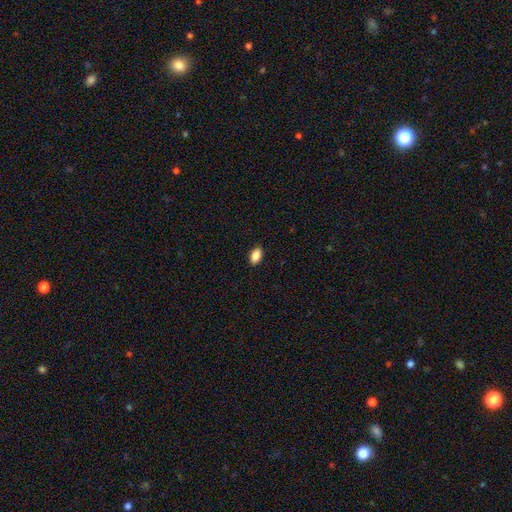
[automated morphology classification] smooth 88%, star or artifact 8%, featured or disk 4%. Down the decision tree: how rounded — in between (91%); merging — none (90%).